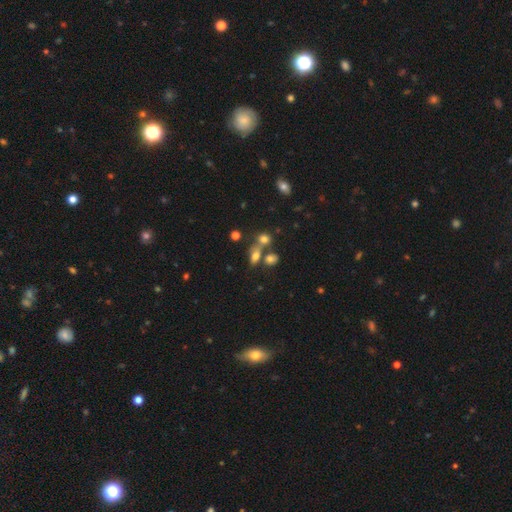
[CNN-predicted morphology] Smooth or featured? Predicted: smooth (p=0.69). How rounded? Predicted: in between (p=0.75). Merging? Predicted: none (p=0.49).